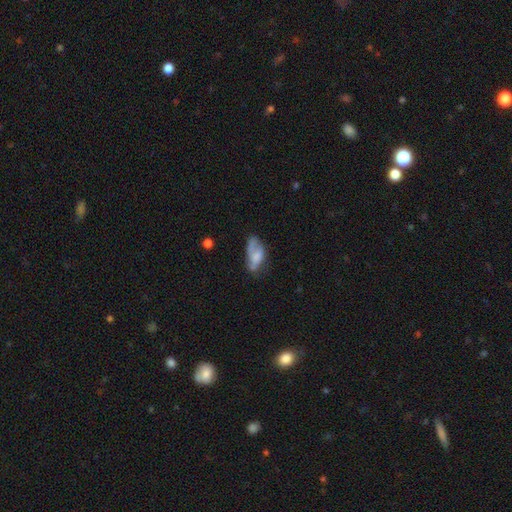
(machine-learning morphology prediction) Smooth or featured?
  - smooth: 60% *
  - featured or disk: 32%
  - star or artifact: 8%
How rounded?
  - in between: 86% *
  - cigar-shaped: 10%
  - round: 3%
Merging?
  - none: 34% *
  - minor disturbance: 31%
  - major disturbance: 28%
  - merger: 6%